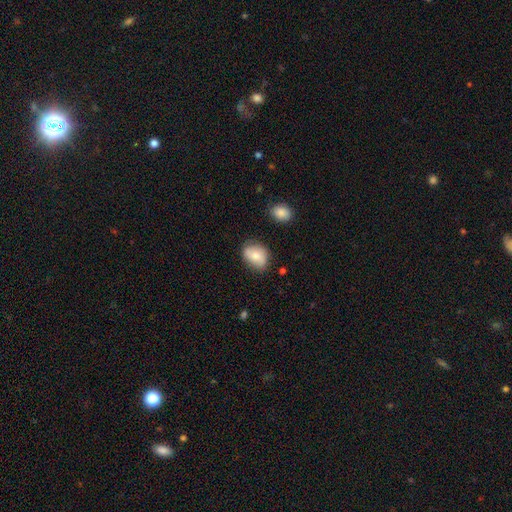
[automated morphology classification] Overall: smooth (74%). How rounded: in between (66%; round 33%). Merging: none (71%).